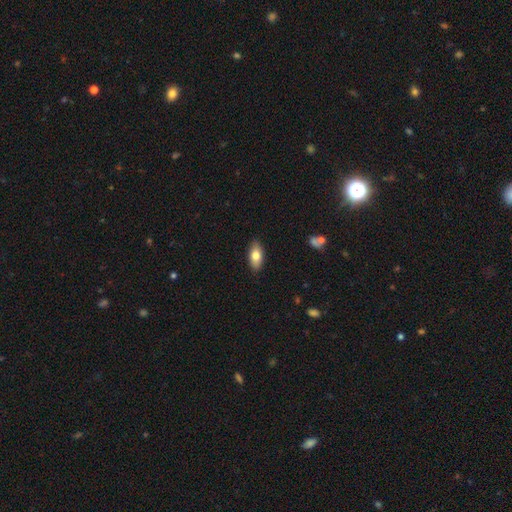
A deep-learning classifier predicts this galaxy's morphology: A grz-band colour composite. It shows a smooth galaxy with no disk features (77%) that is in between round and cigar-shaped (88%). Merging: none (89%).